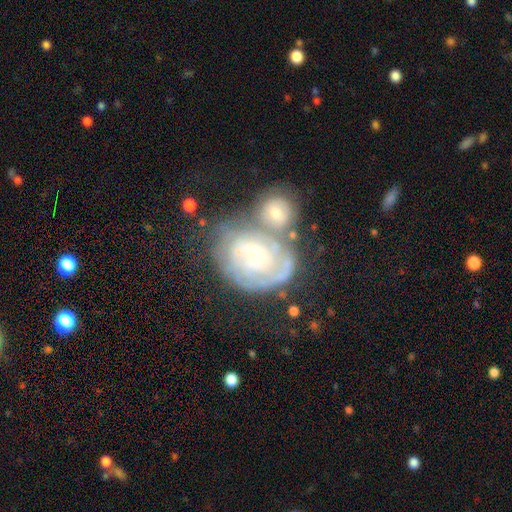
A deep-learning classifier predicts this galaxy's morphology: Overall: featured or disk (76%). Edge-on disk: no (97%). Bar: no (77%). Spiral arms: yes (84%). Spiral arm count: can't tell (50%; 2 18%). Spiral winding: tight (72%). Bulge size: small (65%; moderate 29%). Merging: merger (40%; none 35%).